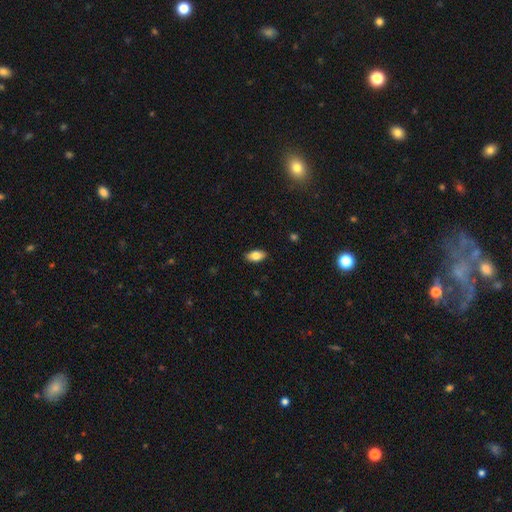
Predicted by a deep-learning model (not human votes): A smooth galaxy with no disk features (81%) that is in between round and cigar-shaped (91%). Merging: none (88%).